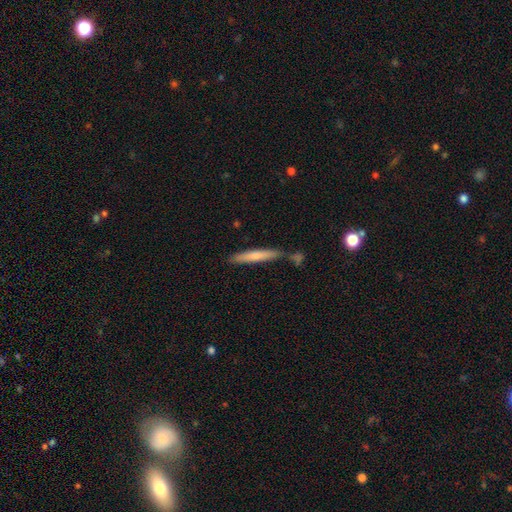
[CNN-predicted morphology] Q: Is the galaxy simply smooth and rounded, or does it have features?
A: smooth — 68%.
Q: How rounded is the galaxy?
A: cigar-shaped — 94%.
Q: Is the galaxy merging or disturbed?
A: none — 71%.